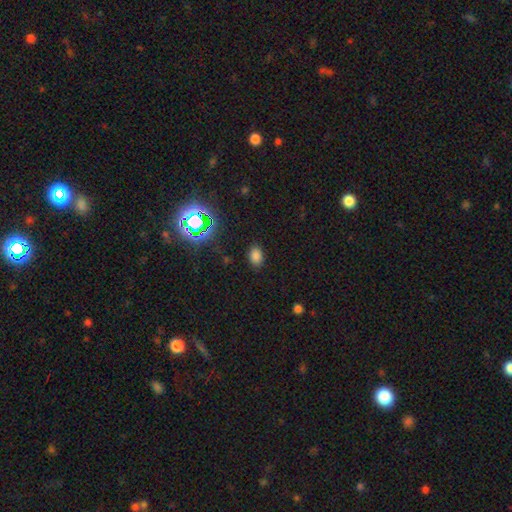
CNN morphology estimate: This appears to be a smooth galaxy with no disk features (74%) that is in between round and cigar-shaped (81%). Merging: none (86%).